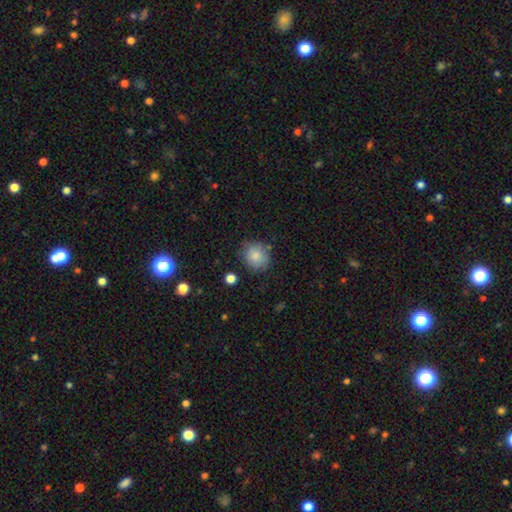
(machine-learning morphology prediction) Smooth or featured: smooth — 83% (featured or disk — 8%)
How rounded: round — 79% (in between — 20%)
Merging: none — 76% (minor disturbance — 16%)